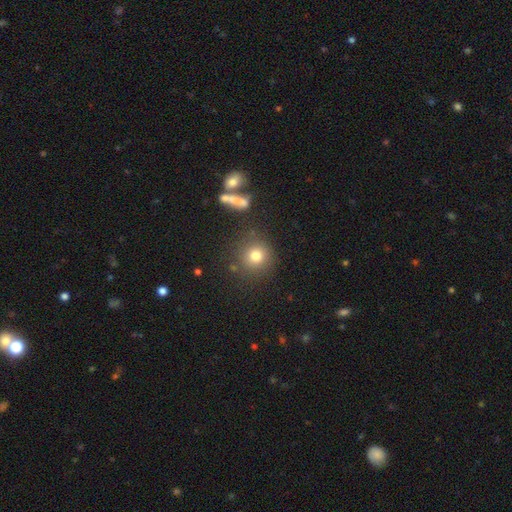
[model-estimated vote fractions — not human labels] A smooth galaxy with no disk features (78%) that is round (91%).

Vote fractions:
- Smooth or featured? smooth: 78% / star or artifact: 13% / featured or disk: 9%
- How rounded? round: 91% / in between: 7% / cigar-shaped: 1%
- Merging? none: 81% / minor disturbance: 9% / merger: 6% / major disturbance: 4%